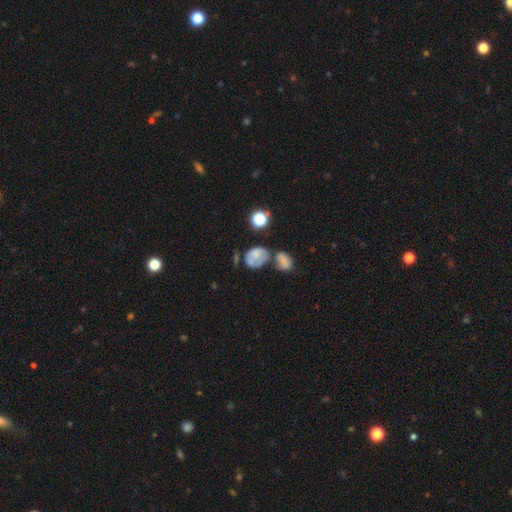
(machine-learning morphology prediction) A smooth galaxy with no disk features (62%) that is in between round and cigar-shaped (69%).

Vote fractions:
- Smooth or featured? smooth: 62% / featured or disk: 27% / star or artifact: 12%
- How rounded? in between: 69% / round: 30% / cigar-shaped: 1%
- Merging? merger: 33% / none: 28% / minor disturbance: 21% / major disturbance: 18%